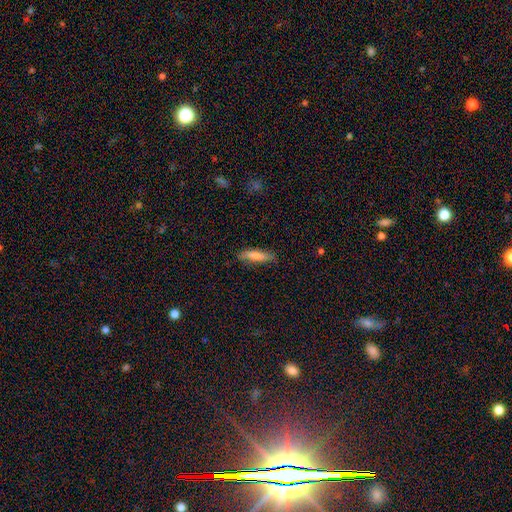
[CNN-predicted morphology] Smooth or featured: smooth — 79% (featured or disk — 15%)
How rounded: cigar-shaped — 74% (in between — 25%)
Merging: none — 80% (minor disturbance — 15%)